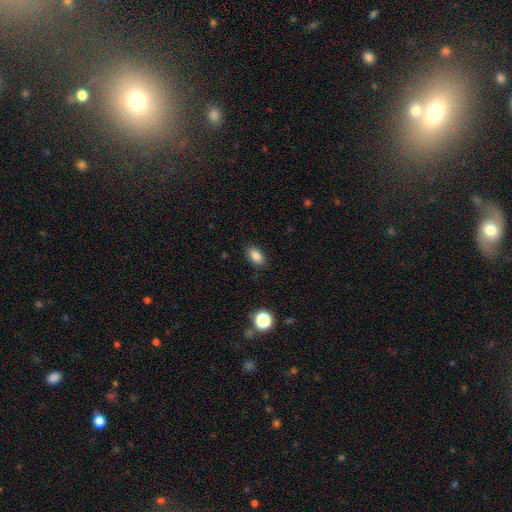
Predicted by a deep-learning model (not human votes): Q: Smooth or featured?
A: smooth (86%); runner-up: star or artifact (10%)
Q: How rounded?
A: in between (89%); runner-up: round (8%)
Q: Merging?
A: none (87%); runner-up: minor disturbance (9%)